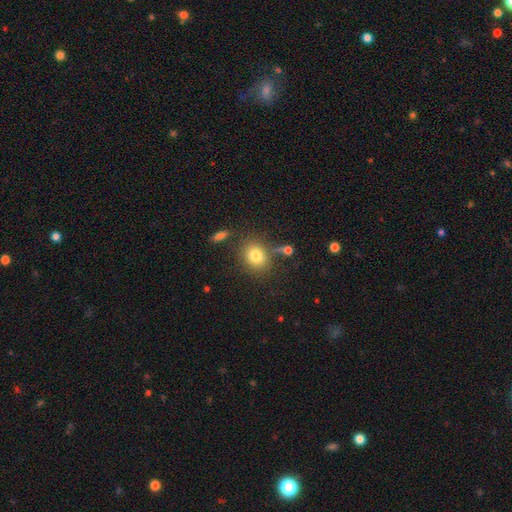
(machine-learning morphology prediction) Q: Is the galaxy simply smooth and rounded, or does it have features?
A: smooth — 79%.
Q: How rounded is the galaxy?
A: round — 64%.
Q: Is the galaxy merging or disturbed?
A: none — 72%.